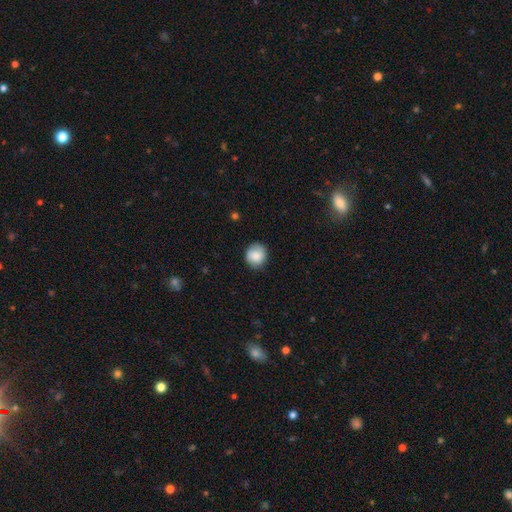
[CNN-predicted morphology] This appears to be a smooth galaxy with no disk features (85%) that is round (86%). Merging: none (83%).